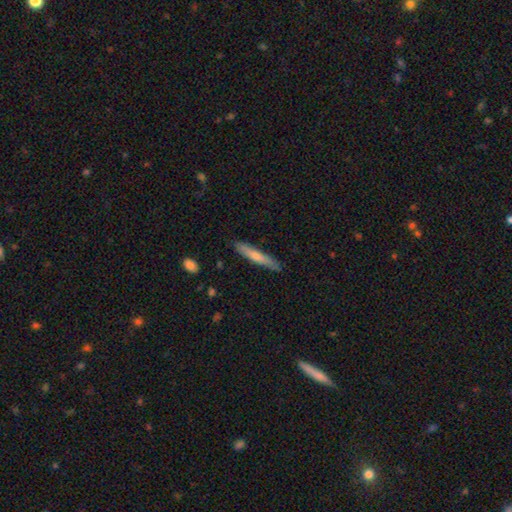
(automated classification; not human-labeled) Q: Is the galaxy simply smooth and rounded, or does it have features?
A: smooth — 61%.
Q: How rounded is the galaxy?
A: cigar-shaped — 93%.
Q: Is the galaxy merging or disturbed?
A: none — 86%.